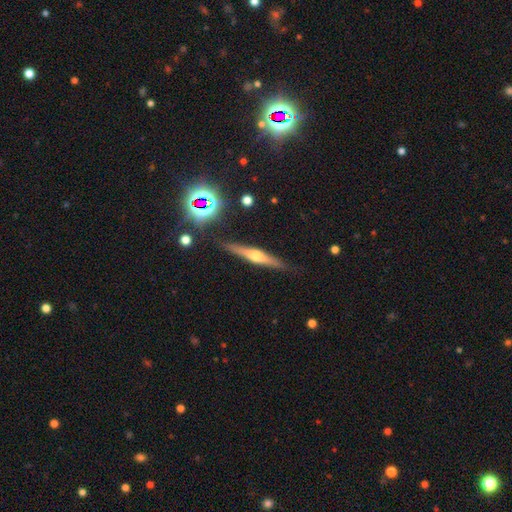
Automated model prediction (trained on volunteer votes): This appears to be a featured or disk galaxy (65%) viewed edge-on (96%) with a rounded central bulge (89%). Merging: none (87%).